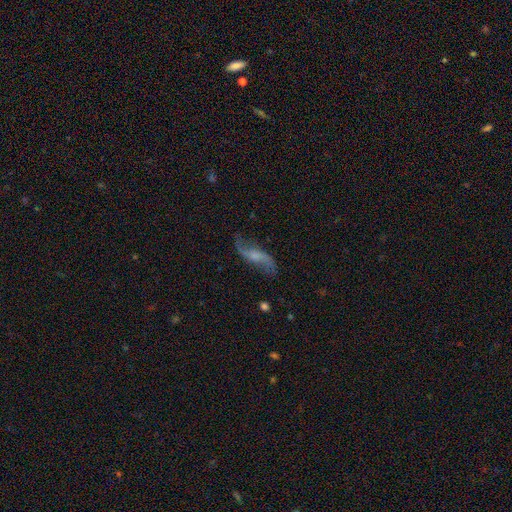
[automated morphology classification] Smooth or featured: featured or disk — 77% (smooth — 16%)
Edge-on disk: no — 89% (yes — 11%)
Bar: no — 45% (weak — 41%)
Spiral arms: yes — 93% (no — 7%)
Spiral winding: loose — 88% (medium — 9%)
Spiral arm count: 2 — 91% (can't tell — 3%)
Bulge size: none — 37% (small — 32%)
Merging: none — 69% (minor disturbance — 18%)